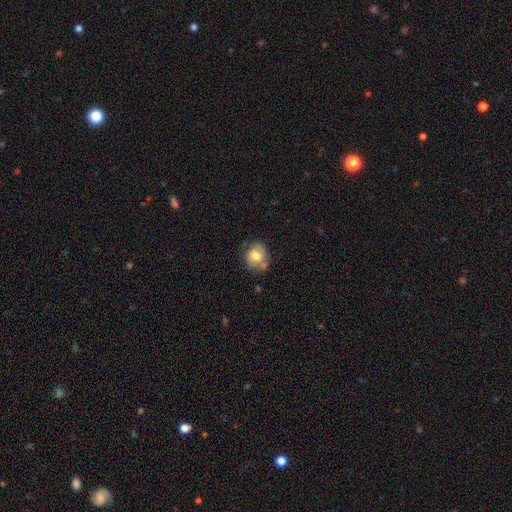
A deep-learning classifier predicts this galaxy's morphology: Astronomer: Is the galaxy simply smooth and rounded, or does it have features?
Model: smooth — 72%.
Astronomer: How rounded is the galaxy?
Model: round — 69%.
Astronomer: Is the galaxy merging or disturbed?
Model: none — 60%.